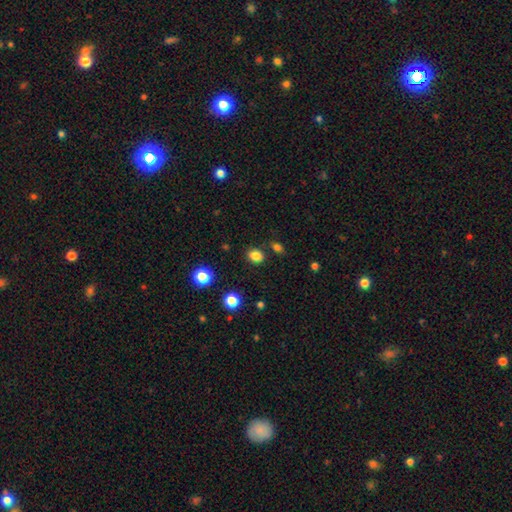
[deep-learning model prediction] Smooth or featured?
  - smooth: 82% *
  - star or artifact: 13%
  - featured or disk: 5%
How rounded?
  - round: 53% *
  - in between: 47%
  - cigar-shaped: 1%
Merging?
  - none: 83% *
  - minor disturbance: 10%
  - merger: 5%
  - major disturbance: 3%